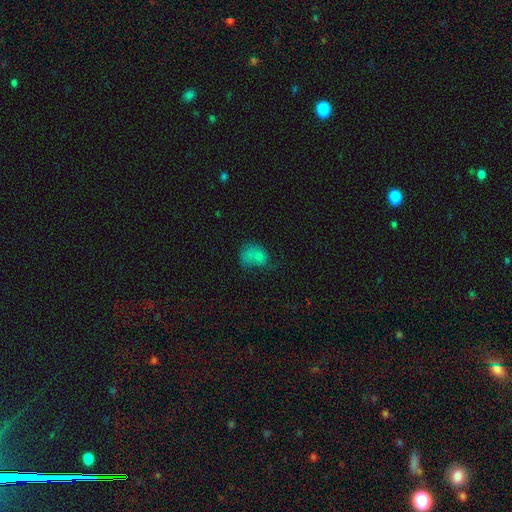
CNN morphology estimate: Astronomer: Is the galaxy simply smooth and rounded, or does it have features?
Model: smooth — 67%.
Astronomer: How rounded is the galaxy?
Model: in between — 54% (runner-up: round, 44%).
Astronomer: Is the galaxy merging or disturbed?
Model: major disturbance — 30% (runner-up: none, 27%).